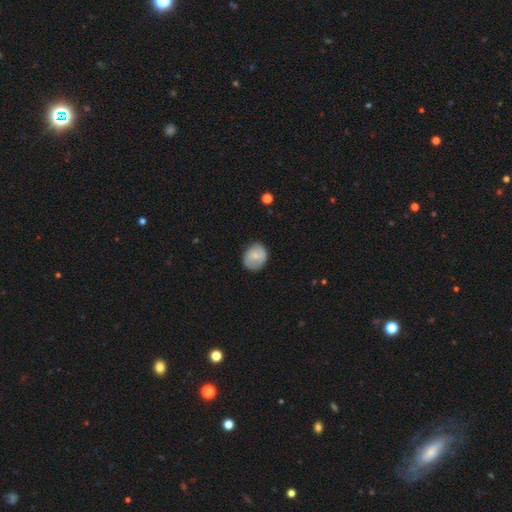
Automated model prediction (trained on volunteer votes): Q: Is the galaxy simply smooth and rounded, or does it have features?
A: smooth — 62%.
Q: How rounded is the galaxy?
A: round — 65%.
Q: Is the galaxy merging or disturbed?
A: none — 77%.